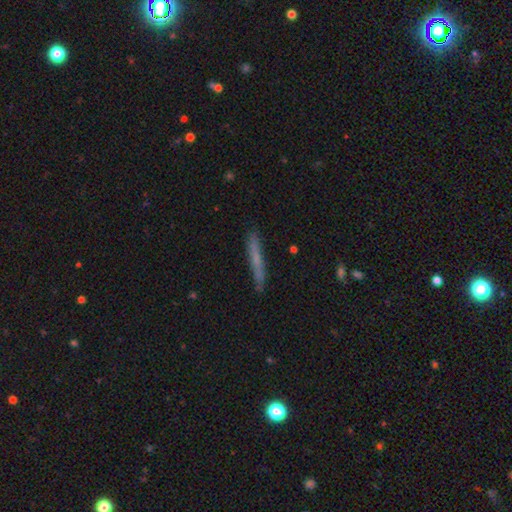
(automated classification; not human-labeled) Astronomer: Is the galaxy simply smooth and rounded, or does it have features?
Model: smooth — 60%.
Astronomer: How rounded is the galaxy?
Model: cigar-shaped — 96%.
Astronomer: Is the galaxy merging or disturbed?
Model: none — 84%.